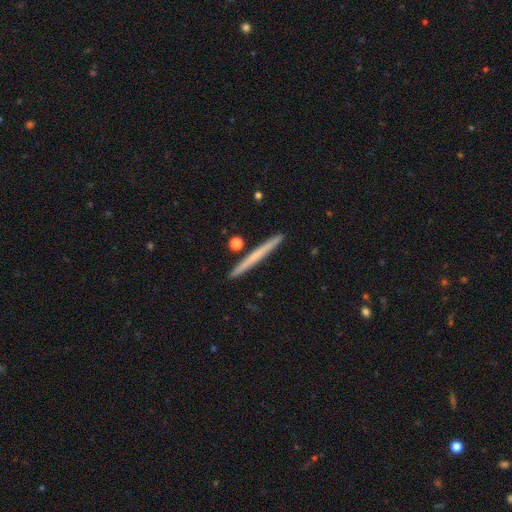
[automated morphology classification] Q: Smooth or featured?
A: smooth (52%); runner-up: featured or disk (42%)
Q: How rounded?
A: cigar-shaped (97%); runner-up: in between (2%)
Q: Merging?
A: none (91%); runner-up: minor disturbance (6%)